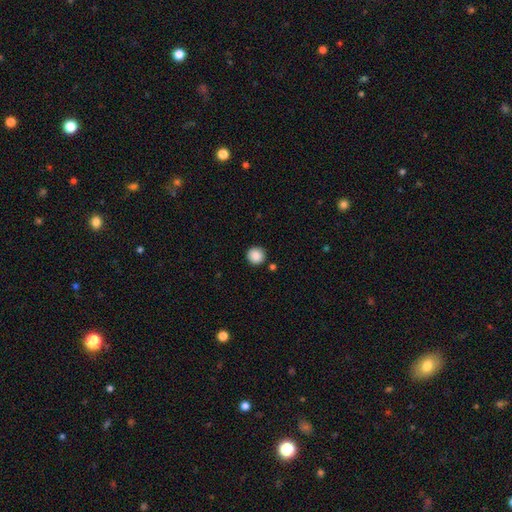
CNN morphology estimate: The model was most divided on "smooth or featured": smooth: 88%, star or artifact: 9%, featured or disk: 3%. More confident: how rounded — round (95%); merging — none (90%).